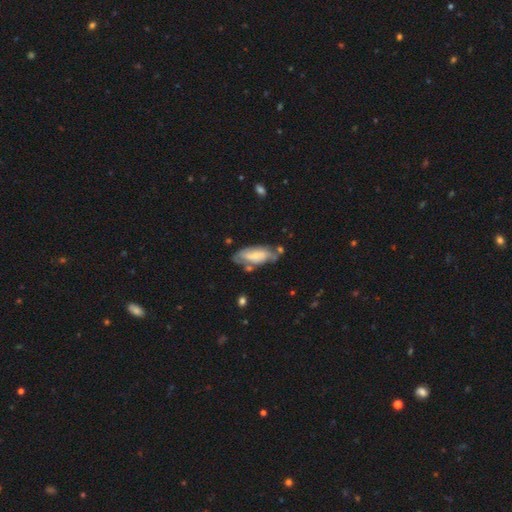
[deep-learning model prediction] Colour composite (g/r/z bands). It shows a featured or disk galaxy (49%). Merging: none (52%).